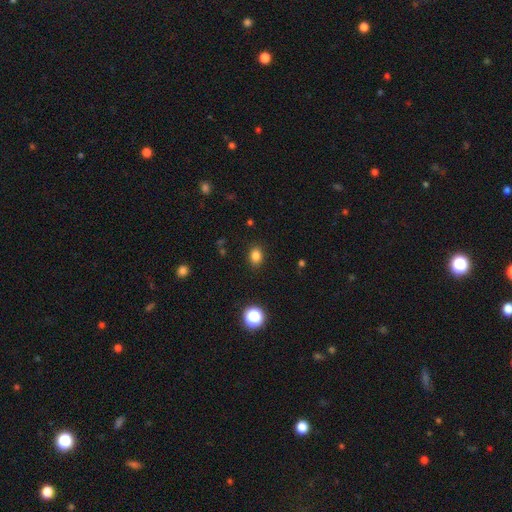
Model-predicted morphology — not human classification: smooth 82%, star or artifact 13%, featured or disk 5%. Down the decision tree: how rounded — in between (57%); merging — none (88%).